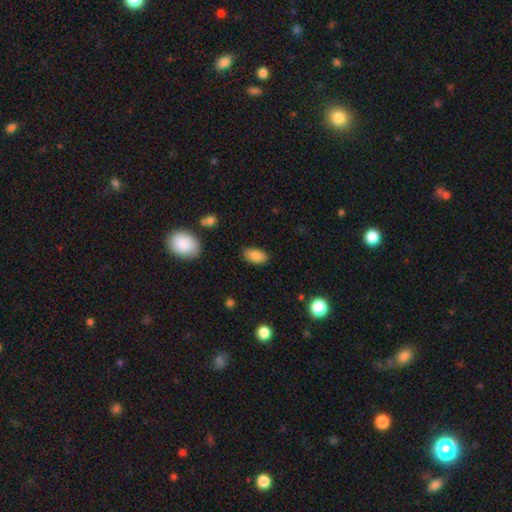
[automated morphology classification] This is clearly a smooth galaxy (84%). How rounded: clearly in between (92%). Merging: clearly none (86%).